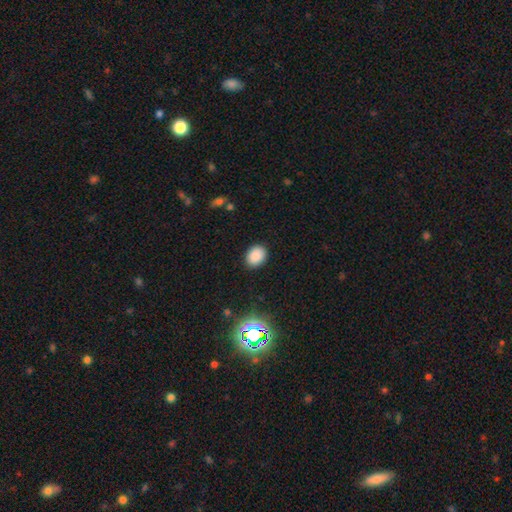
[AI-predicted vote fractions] Smooth or featured? Predicted: smooth (p=0.85). How rounded? Predicted: in between (p=0.64). Merging? Predicted: none (p=0.88).